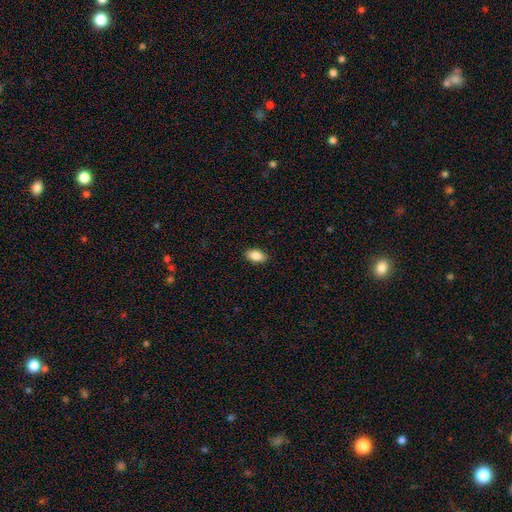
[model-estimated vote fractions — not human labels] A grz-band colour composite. It shows a smooth galaxy with no disk features (87%) that is in between round and cigar-shaped (91%). Merging: none (89%).